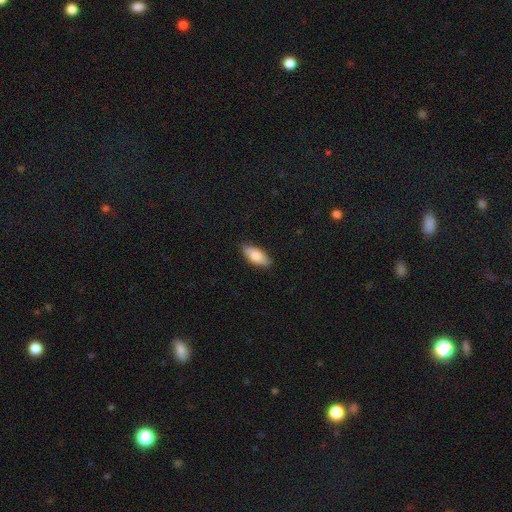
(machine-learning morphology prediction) smooth_or_featured: smooth (p=0.80) [alt: featured or disk p=0.14]
how_rounded: in between (p=0.86) [alt: cigar-shaped p=0.12]
merging: none (p=0.86) [alt: minor disturbance p=0.12]